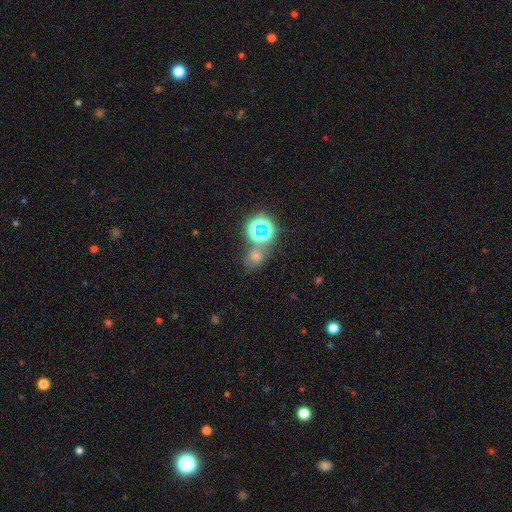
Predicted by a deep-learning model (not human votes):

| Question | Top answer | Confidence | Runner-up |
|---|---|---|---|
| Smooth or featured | star or artifact | 52% | smooth (38%) |